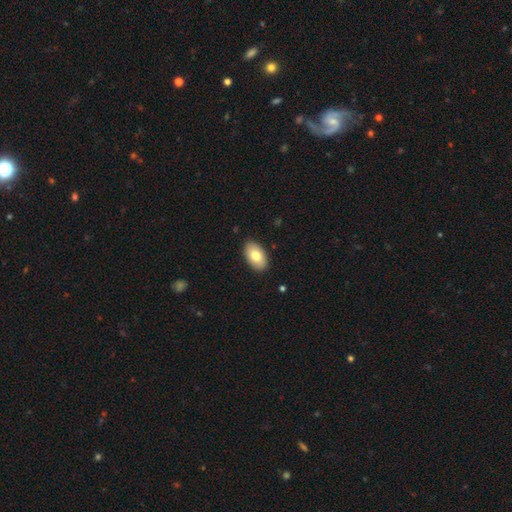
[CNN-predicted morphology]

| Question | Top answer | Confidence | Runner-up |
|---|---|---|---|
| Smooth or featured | smooth | 77% | featured or disk (16%) |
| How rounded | in between | 95% | round (4%) |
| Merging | none | 89% | minor disturbance (8%) |